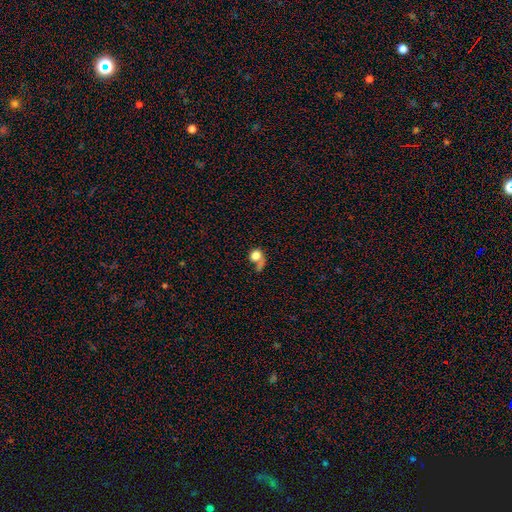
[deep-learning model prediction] Smooth or featured? Predicted: smooth (p=0.72). How rounded? Predicted: round (p=0.71). Merging? Predicted: major disturbance (p=0.34).